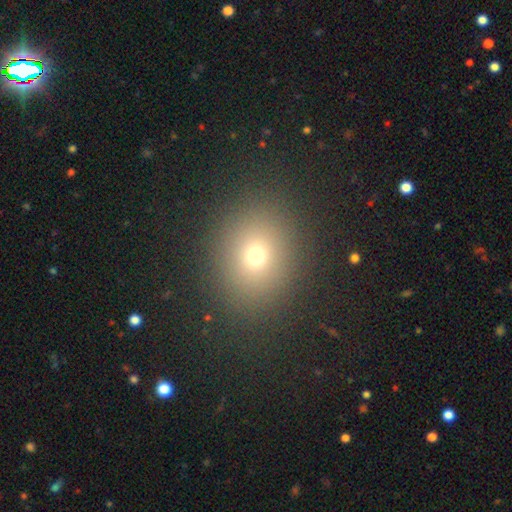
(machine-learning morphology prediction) This is likely a smooth galaxy (69%). How rounded: likely round (67%). Merging: clearly none (89%).